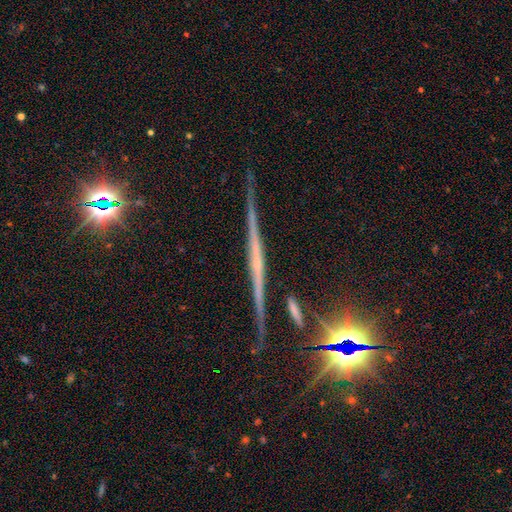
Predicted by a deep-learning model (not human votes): Morphology: type=featured or disk (67%); edge-on=yes (97%); edge-on bulge=none (57%); merging=none (87%).